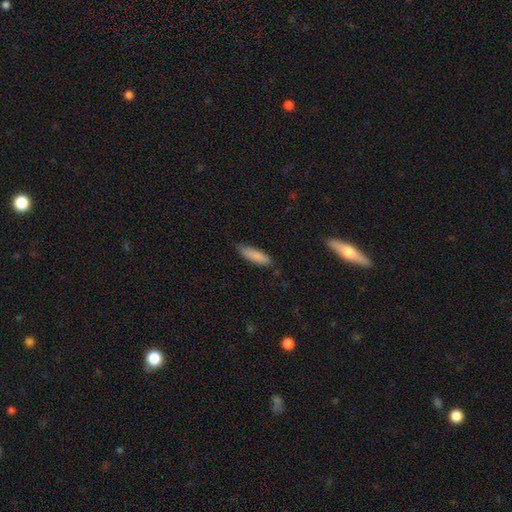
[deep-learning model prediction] Smooth or featured? Predicted: smooth (p=0.87). How rounded? Predicted: cigar-shaped (p=0.53). Merging? Predicted: none (p=0.78).